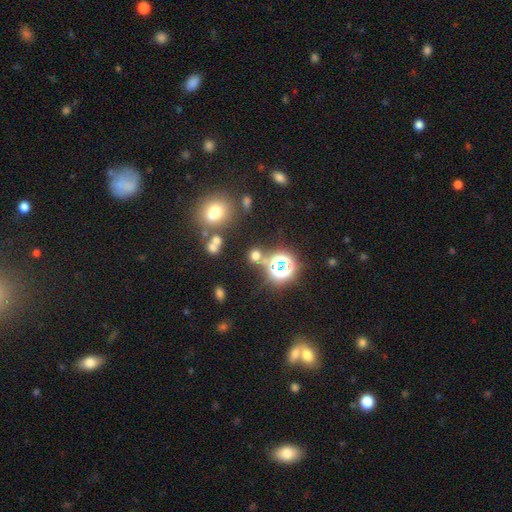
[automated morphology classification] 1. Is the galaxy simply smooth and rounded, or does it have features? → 54% smooth, 38% star or artifact, 8% featured or disk.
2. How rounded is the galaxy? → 85% round, 14% in between, 2% cigar-shaped.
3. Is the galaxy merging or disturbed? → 71% none, 15% merger, 9% minor disturbance, 5% major disturbance.